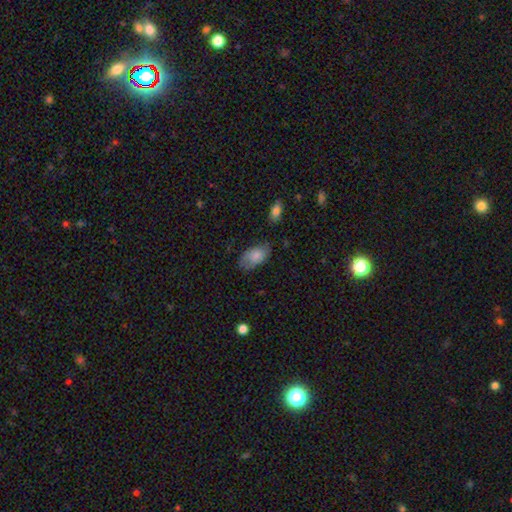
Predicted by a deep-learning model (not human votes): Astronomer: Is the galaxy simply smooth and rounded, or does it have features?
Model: smooth — 78%.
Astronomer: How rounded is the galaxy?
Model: in between — 94%.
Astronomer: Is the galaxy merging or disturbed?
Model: none — 66%.